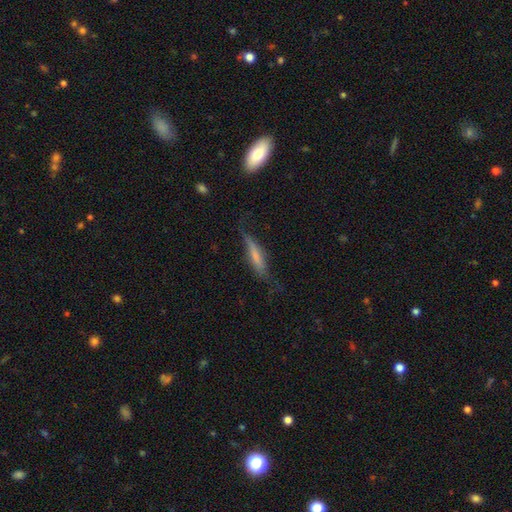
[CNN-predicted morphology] smooth 54%, featured or disk 39%, star or artifact 8%. Down the decision tree: how rounded — cigar-shaped (85%); merging — none (56%).